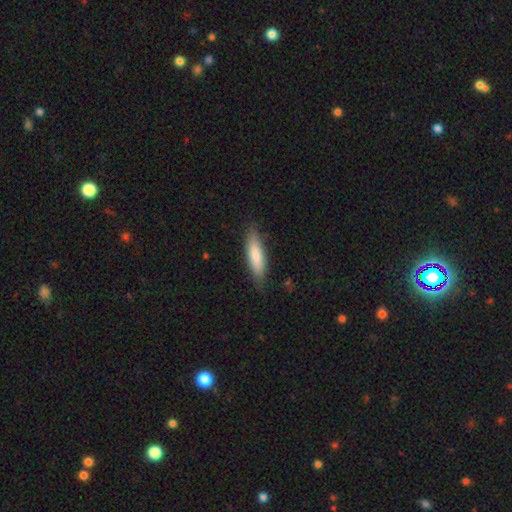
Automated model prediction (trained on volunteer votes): Smooth or featured?
  - smooth: 79% *
  - featured or disk: 15%
  - star or artifact: 5%
How rounded?
  - cigar-shaped: 65% *
  - in between: 34%
  - round: 1%
Merging?
  - none: 82% *
  - minor disturbance: 14%
  - major disturbance: 3%
  - merger: 1%